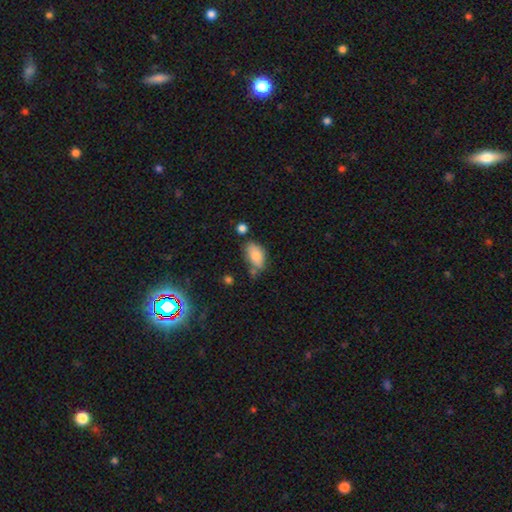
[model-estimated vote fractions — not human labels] A smooth galaxy with no disk features (80%) that is in between round and cigar-shaped (91%).

Vote fractions:
- Smooth or featured? smooth: 80% / featured or disk: 12% / star or artifact: 8%
- How rounded? in between: 91% / round: 6% / cigar-shaped: 3%
- Merging? none: 46% / minor disturbance: 31% / merger: 13% / major disturbance: 10%